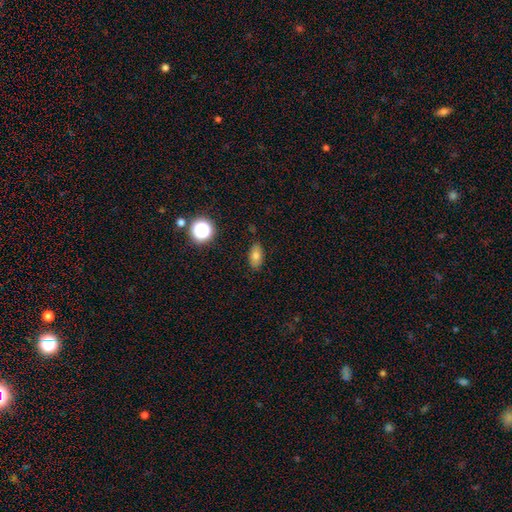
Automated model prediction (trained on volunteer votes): The model was most divided on "smooth or featured": smooth: 75%, featured or disk: 13%, star or artifact: 12%. More confident: how rounded — in between (86%); merging — none (83%).